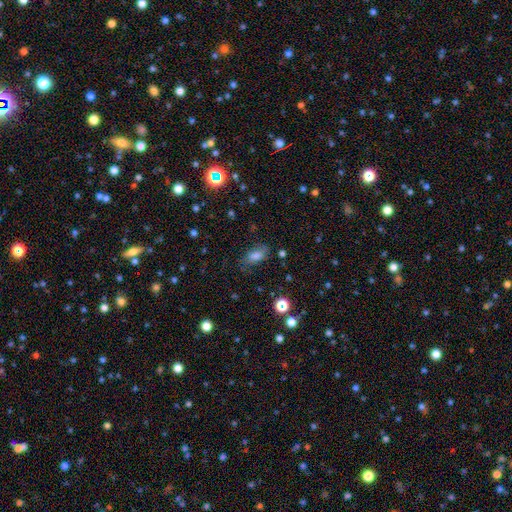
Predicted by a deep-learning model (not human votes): Smooth or featured?
  - smooth: 68% *
  - star or artifact: 17%
  - featured or disk: 15%
How rounded?
  - in between: 85% *
  - round: 9%
  - cigar-shaped: 6%
Merging?
  - none: 69% *
  - minor disturbance: 20%
  - major disturbance: 8%
  - merger: 2%